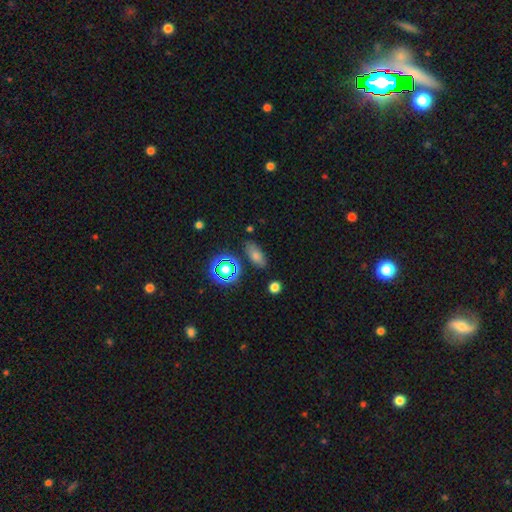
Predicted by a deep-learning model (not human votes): The model was most divided on "smooth or featured": smooth: 59%, star or artifact: 27%, featured or disk: 14%. More confident: merging — none (83%); how rounded — in between (70%).